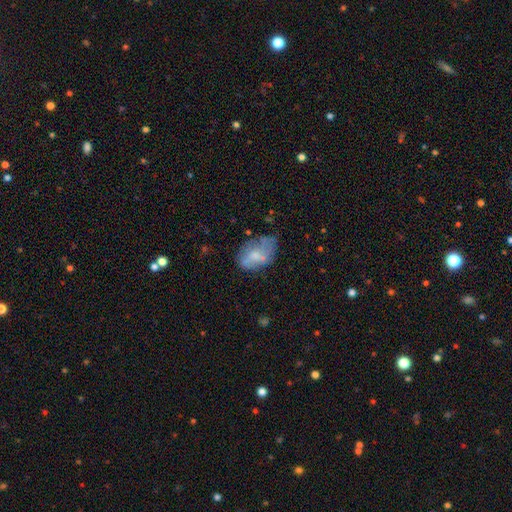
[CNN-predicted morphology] This appears to be a smooth galaxy with no disk features (49%). Merging: none (47%).